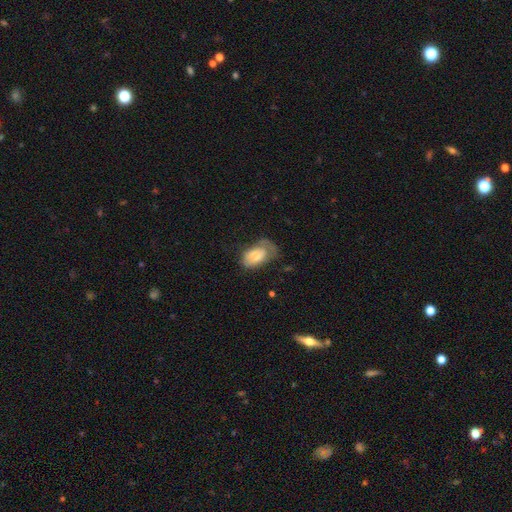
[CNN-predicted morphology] Smooth or featured: smooth — 64% (featured or disk — 29%)
How rounded: in between — 91% (round — 7%)
Merging: major disturbance — 33% (tied with minor disturbance — 33%)